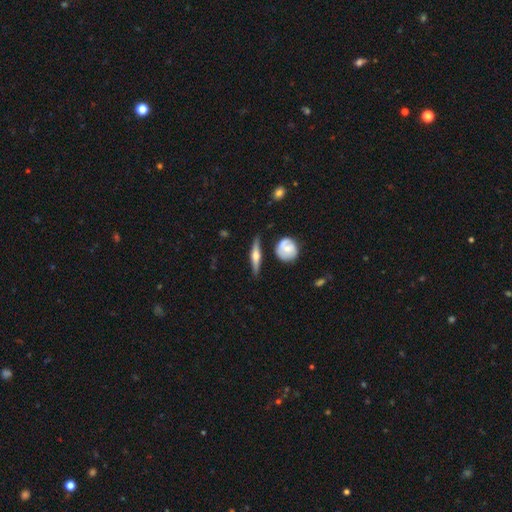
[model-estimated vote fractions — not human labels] featured or disk 62%, smooth 33%, star or artifact 6%. Down the decision tree: edge-on disk — yes (94%); edge-on bulge — rounded (91%); merging — none (80%).